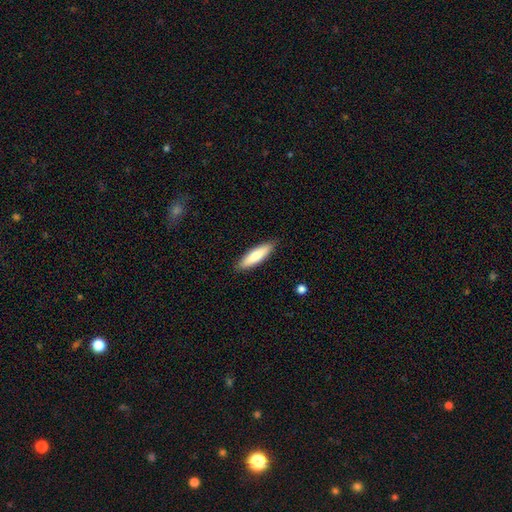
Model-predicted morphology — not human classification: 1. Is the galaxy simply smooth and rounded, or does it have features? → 79% smooth, 16% featured or disk, 5% star or artifact.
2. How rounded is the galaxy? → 65% cigar-shaped, 34% in between, 1% round.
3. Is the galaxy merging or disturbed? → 88% none, 9% minor disturbance, 2% major disturbance, 1% merger.